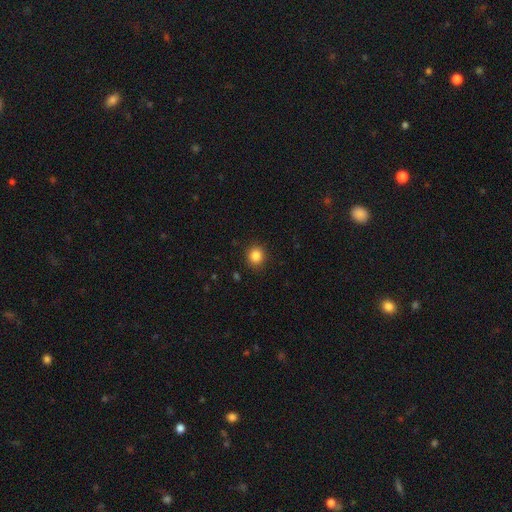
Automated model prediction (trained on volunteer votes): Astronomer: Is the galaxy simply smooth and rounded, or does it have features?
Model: smooth — 85%.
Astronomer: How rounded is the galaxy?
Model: round — 85%.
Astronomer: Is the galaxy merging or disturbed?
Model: none — 90%.